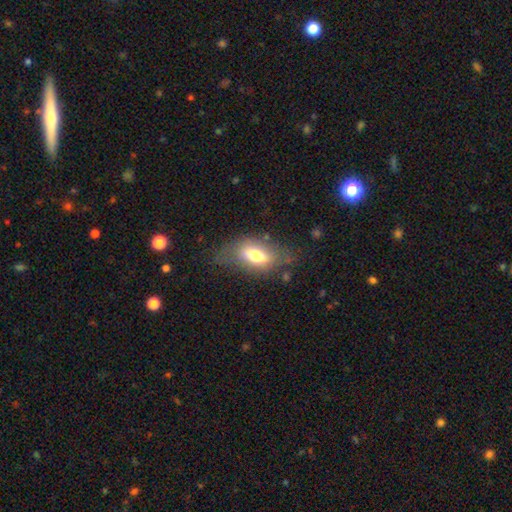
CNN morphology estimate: smooth 65%, featured or disk 27%, star or artifact 8%. Down the decision tree: how rounded — in between (85%); merging — none (58%).